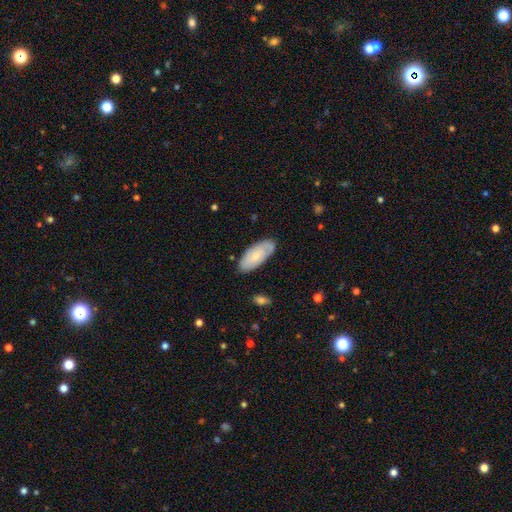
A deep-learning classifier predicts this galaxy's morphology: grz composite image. It shows a smooth galaxy with no disk features (62%) that is in between round and cigar-shaped (88%). Merging: none (80%).